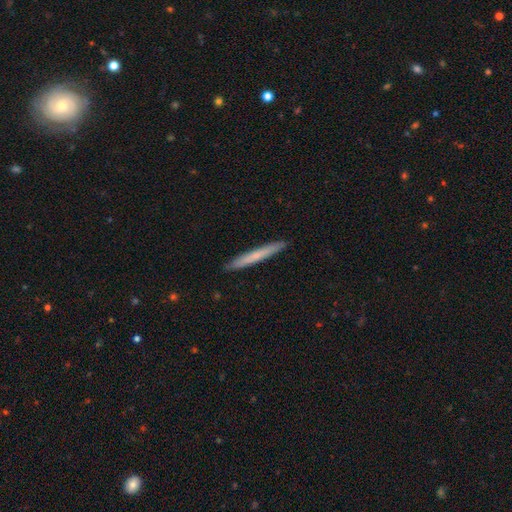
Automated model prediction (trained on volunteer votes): Overall: smooth (62%; featured or disk 33%). How rounded: cigar-shaped (97%). Merging: none (92%).